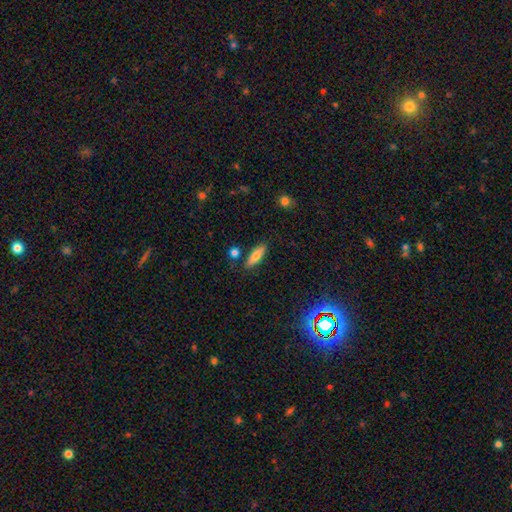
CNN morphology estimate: Smooth or featured: smooth — 76% (featured or disk — 16%)
How rounded: in between — 53% (cigar-shaped — 44%)
Merging: none — 81% (minor disturbance — 11%)